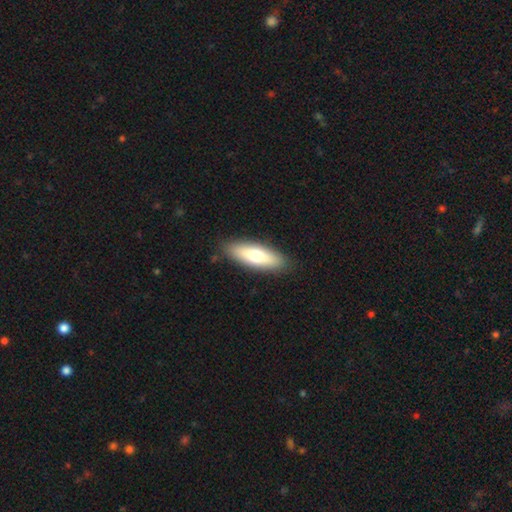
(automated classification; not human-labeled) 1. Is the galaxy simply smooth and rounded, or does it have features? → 67% smooth, 27% featured or disk, 6% star or artifact.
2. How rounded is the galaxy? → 57% in between, 41% cigar-shaped, 2% round.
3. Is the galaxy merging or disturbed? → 88% none, 9% minor disturbance, 2% major disturbance, 1% merger.